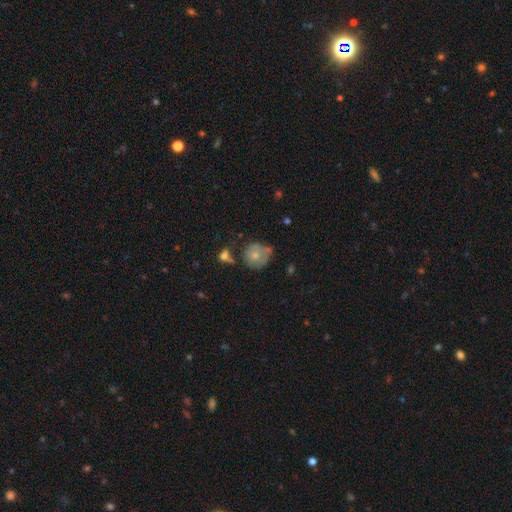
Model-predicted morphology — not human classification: Overall: smooth (60%; featured or disk 31%). How rounded: round (83%). Merging: none (48%; minor disturbance 28%).